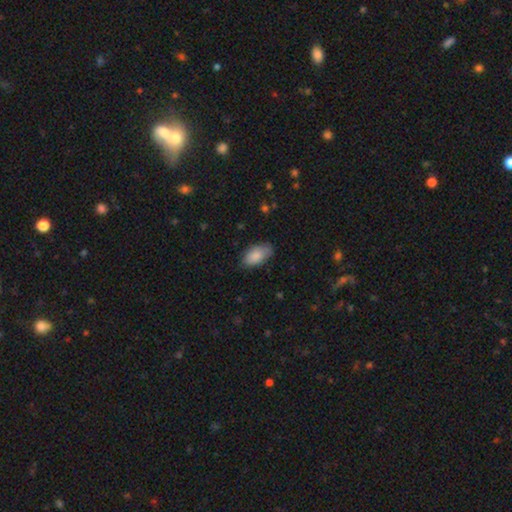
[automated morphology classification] smooth-or-featured: smooth: 86% | featured or disk: 7% | star or artifact: 7%
  how-rounded: in between: 93% | round: 3% | cigar-shaped: 3%
  merging: none: 71% | minor disturbance: 23% | major disturbance: 5% | merger: 1%